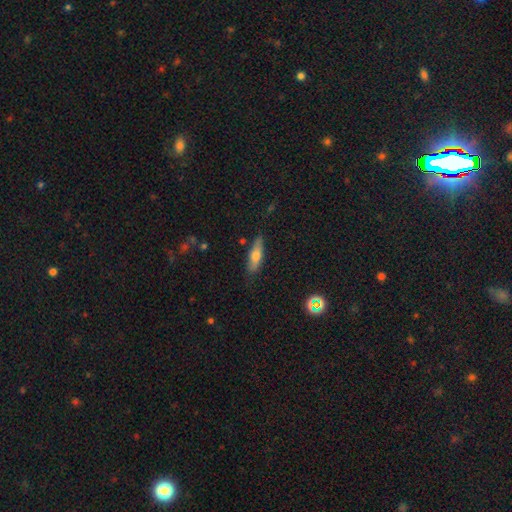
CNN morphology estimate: smooth-or-featured: smooth: 62% | featured or disk: 31% | star or artifact: 7%
  how-rounded: cigar-shaped: 55% | in between: 42% | round: 3%
  merging: none: 80% | minor disturbance: 15% | major disturbance: 3% | merger: 2%